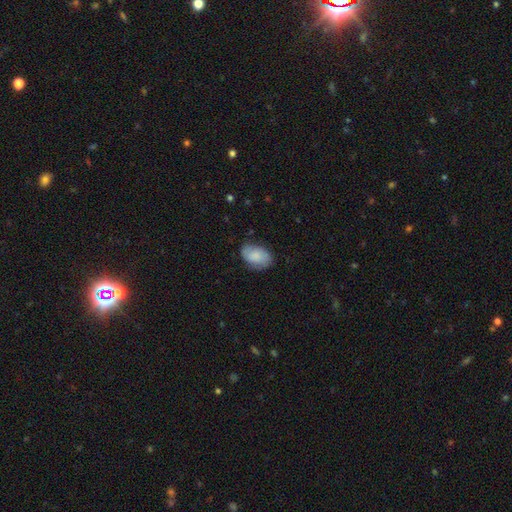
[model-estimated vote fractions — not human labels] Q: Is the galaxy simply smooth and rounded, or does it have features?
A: smooth — 72%.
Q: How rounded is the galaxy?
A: in between — 90%.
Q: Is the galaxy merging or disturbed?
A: none — 72%.